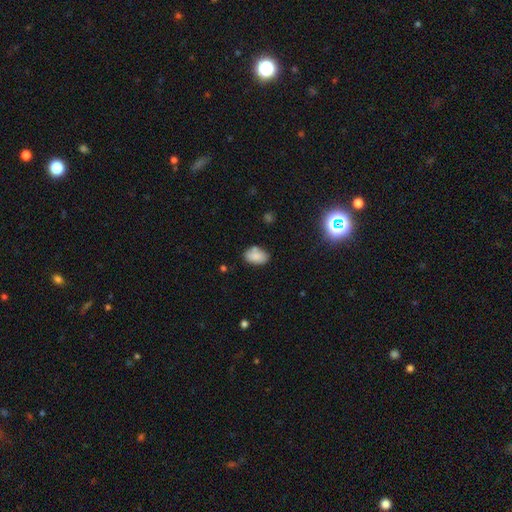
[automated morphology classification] Smooth or featured: smooth — 84% (star or artifact — 9%)
How rounded: in between — 89% (round — 9%)
Merging: none — 71% (minor disturbance — 18%)